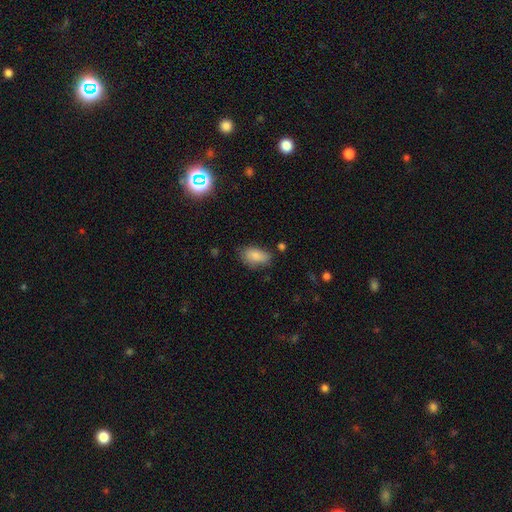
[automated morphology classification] A smooth galaxy with no disk features (84%) that is in between round and cigar-shaped (92%). Merging: none (67%).